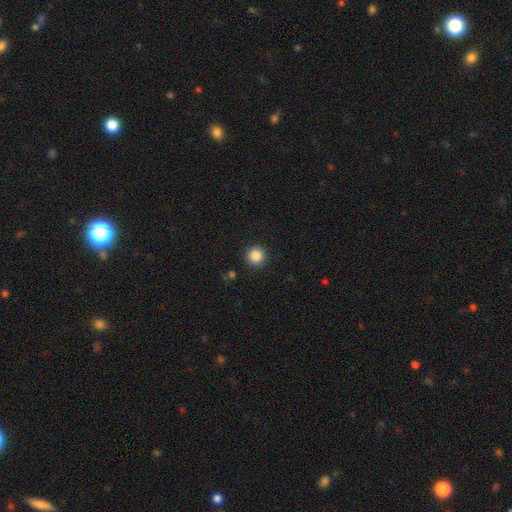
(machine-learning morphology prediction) Smooth or featured? Predicted: smooth (p=0.86). How rounded? Predicted: round (p=0.96). Merging? Predicted: none (p=0.92).